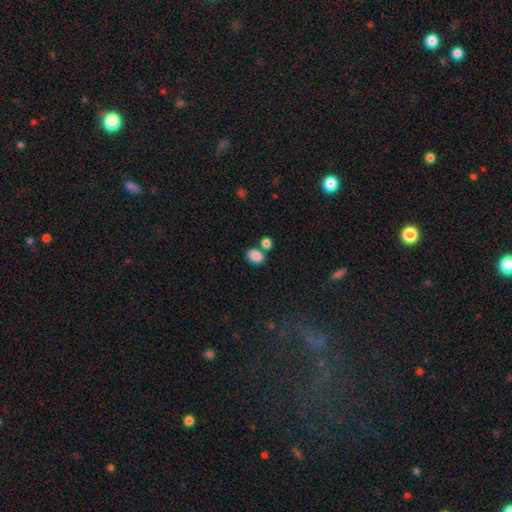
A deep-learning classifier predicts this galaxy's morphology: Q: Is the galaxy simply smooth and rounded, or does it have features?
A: smooth — 86%.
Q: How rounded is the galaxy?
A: in between — 64%.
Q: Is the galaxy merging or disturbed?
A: none — 63%.